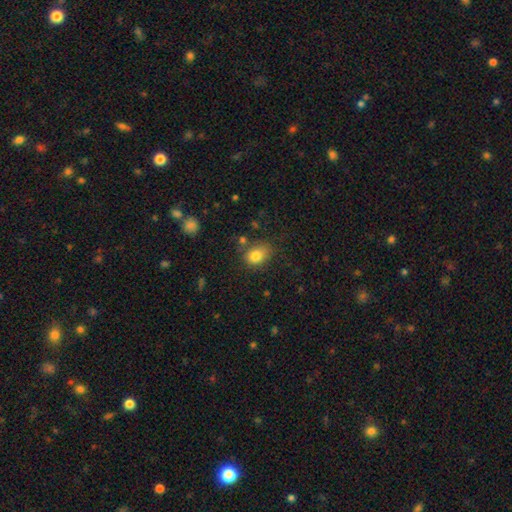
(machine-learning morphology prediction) smooth 82%, star or artifact 10%, featured or disk 8%. Down the decision tree: how rounded — in between (60%); merging — none (67%).